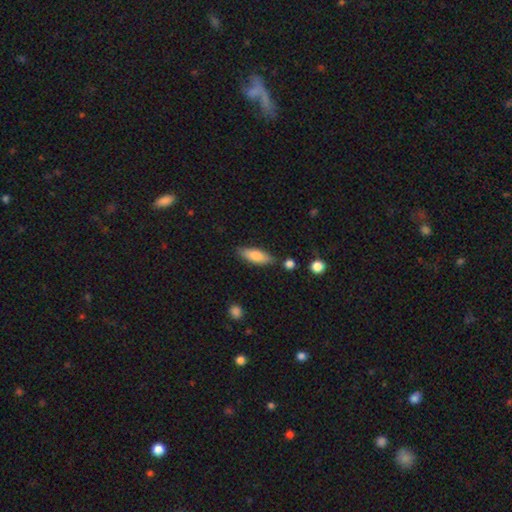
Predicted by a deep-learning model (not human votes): Q: Smooth or featured?
A: smooth (76%); runner-up: featured or disk (18%)
Q: How rounded?
A: in between (61%); runner-up: cigar-shaped (37%)
Q: Merging?
A: none (79%); runner-up: minor disturbance (14%)